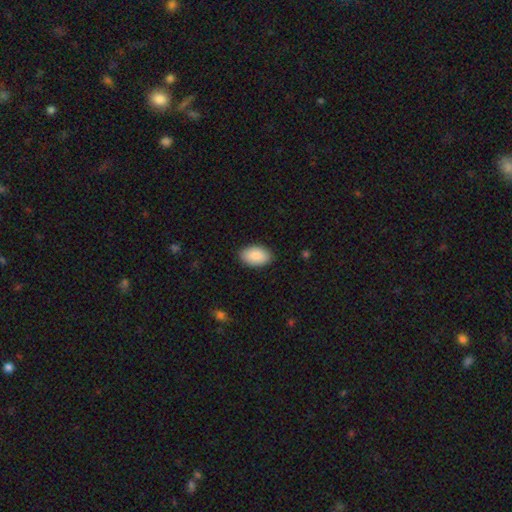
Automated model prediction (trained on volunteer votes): smooth 89%, star or artifact 6%, featured or disk 5%. Down the decision tree: how rounded — in between (94%); merging — none (88%).